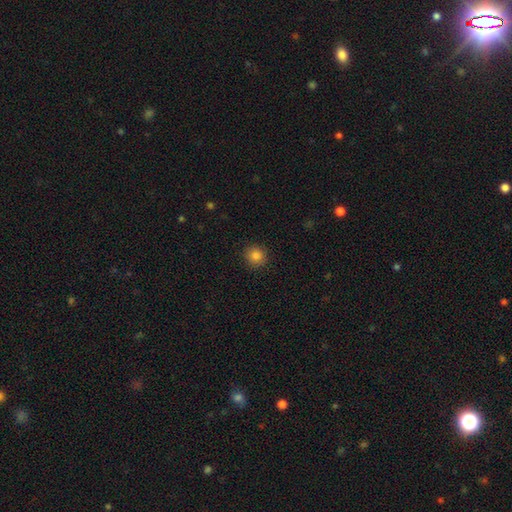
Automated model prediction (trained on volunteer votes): smooth 85%, star or artifact 11%, featured or disk 5%. Down the decision tree: how rounded — round (92%); merging — none (90%).